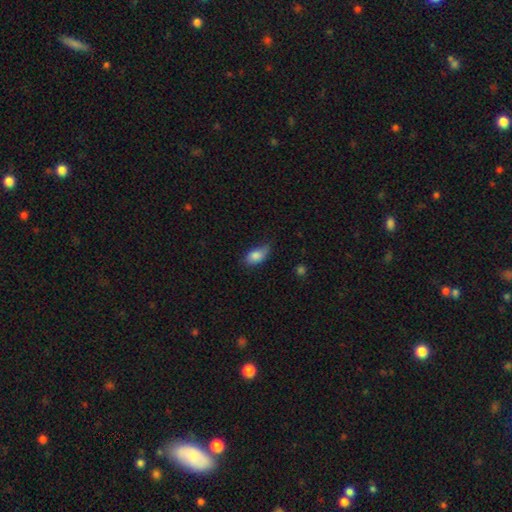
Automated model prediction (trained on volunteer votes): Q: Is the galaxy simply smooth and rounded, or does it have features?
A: smooth — 84%.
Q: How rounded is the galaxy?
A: in between — 90%.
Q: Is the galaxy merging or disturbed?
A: none — 56%.